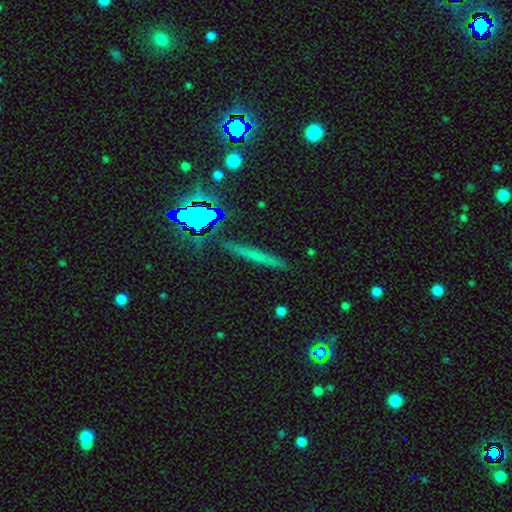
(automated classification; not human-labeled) Smooth or featured? smooth (41%)
Merging? none (87%)